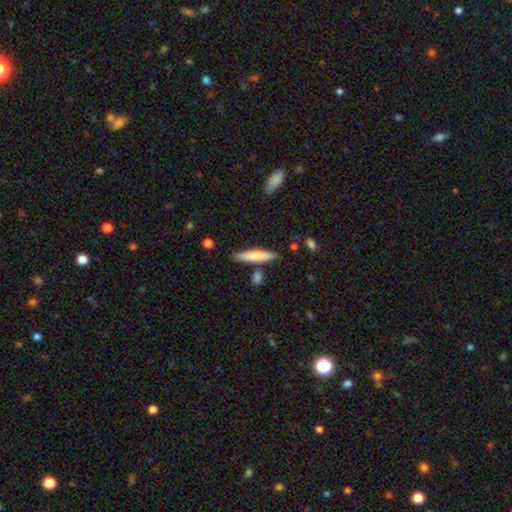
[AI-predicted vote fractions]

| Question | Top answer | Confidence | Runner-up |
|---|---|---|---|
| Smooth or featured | smooth | 72% | featured or disk (23%) |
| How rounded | cigar-shaped | 86% | in between (12%) |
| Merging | none | 80% | minor disturbance (12%) |